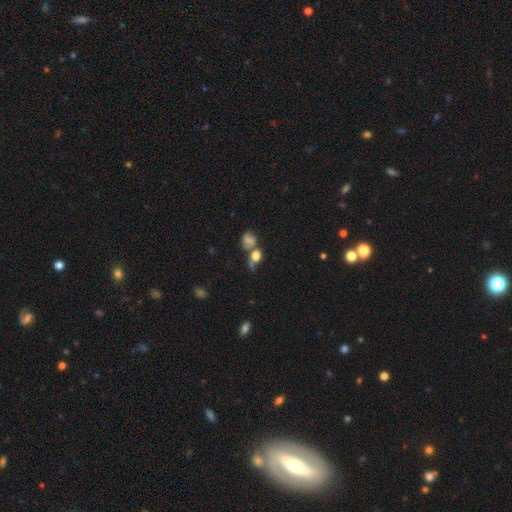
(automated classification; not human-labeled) smooth-or-featured: smooth: 67% | featured or disk: 18% | star or artifact: 15%
  how-rounded: round: 62% | in between: 36% | cigar-shaped: 2%
  merging: merger: 46% | none: 29% | minor disturbance: 13% | major disturbance: 13%